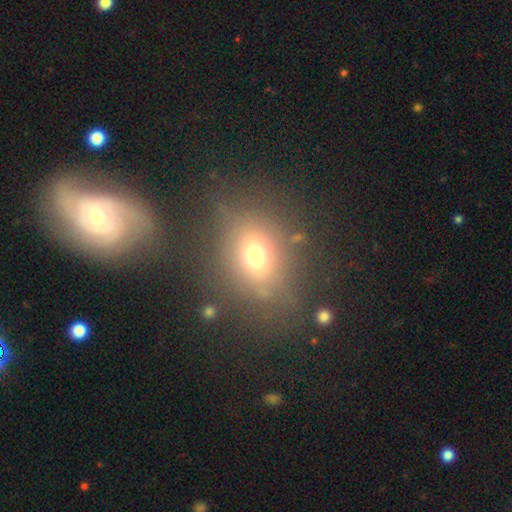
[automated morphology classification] smooth 66%, star or artifact 17%, featured or disk 17%. Down the decision tree: how rounded — round (54%); merging — none (71%).